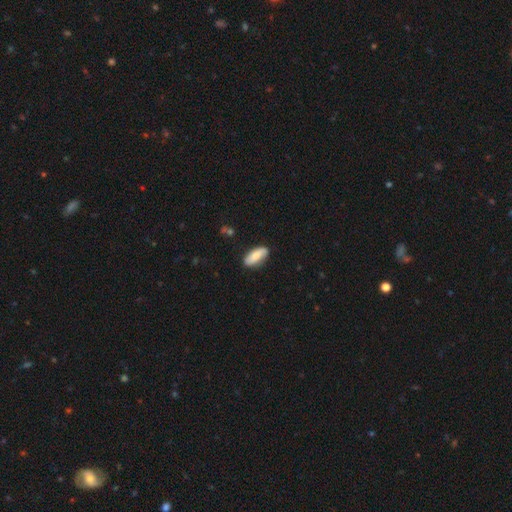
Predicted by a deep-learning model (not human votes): This is likely a smooth galaxy (73%). How rounded: clearly in between (80%). Merging: clearly none (81%).